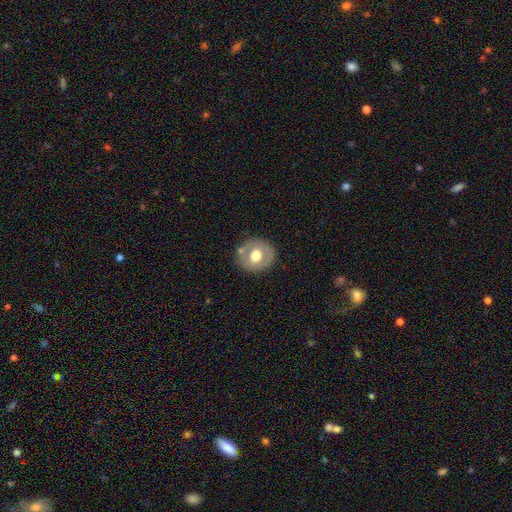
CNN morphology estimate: Smooth or featured? smooth (55%)
How rounded? round (82%)
Merging? none (79%)